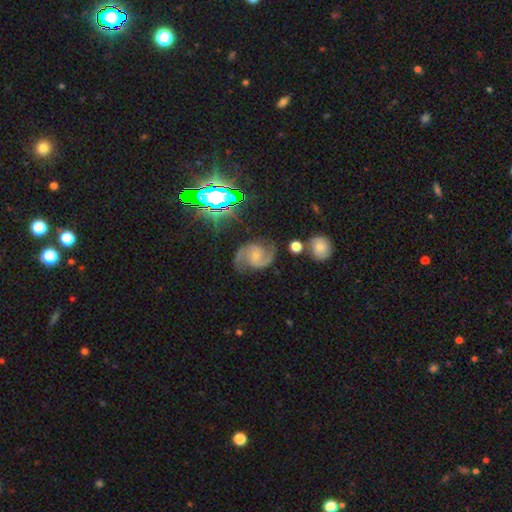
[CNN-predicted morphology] featured or disk 88%, star or artifact 7%, smooth 5%. Down the decision tree: edge-on disk — no (98%); bar — no (55%); spiral arms — yes (98%); spiral arm count — 2 (94%); spiral winding — medium (61%); bulge size — small (54%); merging — none (74%).